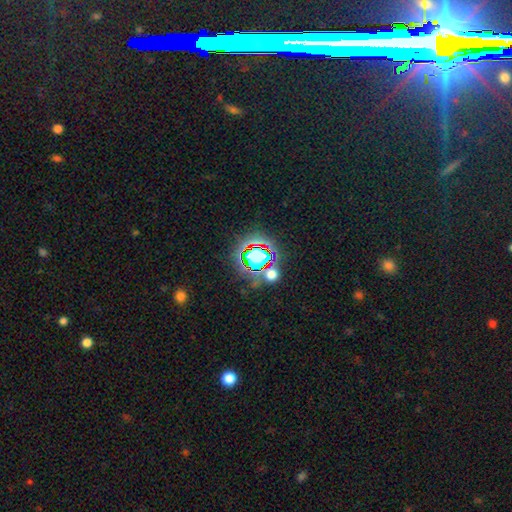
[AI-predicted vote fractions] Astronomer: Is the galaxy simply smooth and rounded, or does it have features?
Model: star or artifact — 61%.